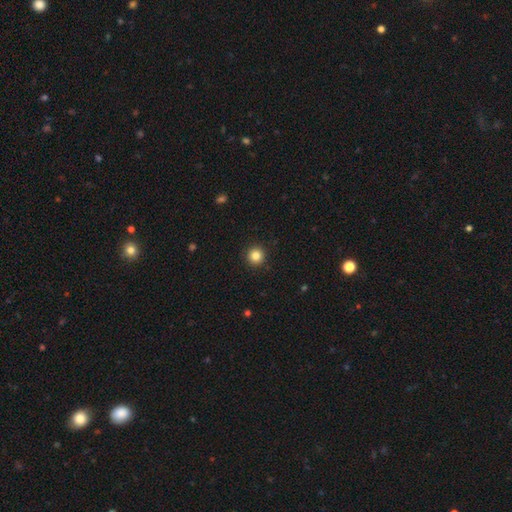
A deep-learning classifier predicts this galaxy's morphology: Smooth or featured? Predicted: smooth (p=0.84). How rounded? Predicted: round (p=0.96). Merging? Predicted: none (p=0.93).